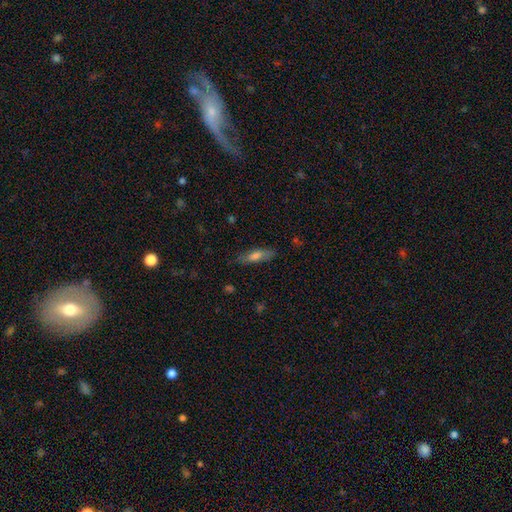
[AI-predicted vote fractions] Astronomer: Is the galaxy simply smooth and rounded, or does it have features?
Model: smooth — 63%.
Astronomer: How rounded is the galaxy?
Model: cigar-shaped — 54% (runner-up: in between, 44%).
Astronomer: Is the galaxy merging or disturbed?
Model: none — 79%.